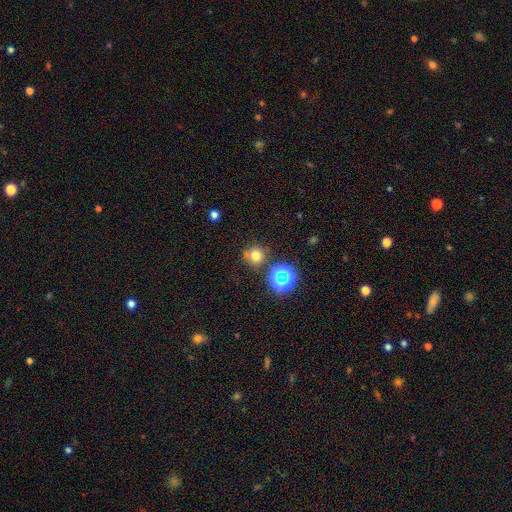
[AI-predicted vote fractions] This appears to be a smooth galaxy with no disk features (68%) that is round (92%). Merging: none (74%).